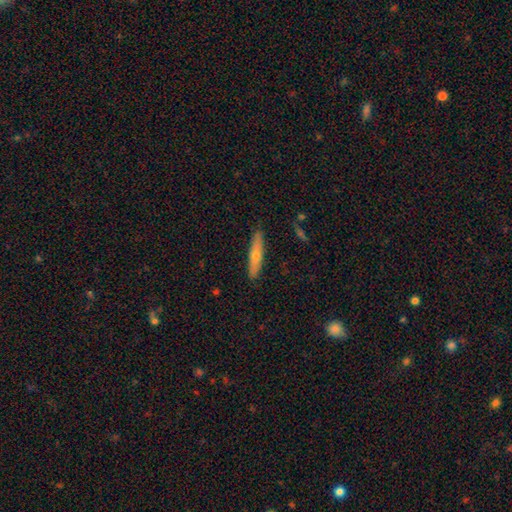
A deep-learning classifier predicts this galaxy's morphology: Smooth or featured?
  - smooth: 53% *
  - featured or disk: 41%
  - star or artifact: 7%
How rounded?
  - cigar-shaped: 87% *
  - in between: 11%
  - round: 2%
Merging?
  - none: 89% *
  - minor disturbance: 9%
  - major disturbance: 2%
  - merger: 1%